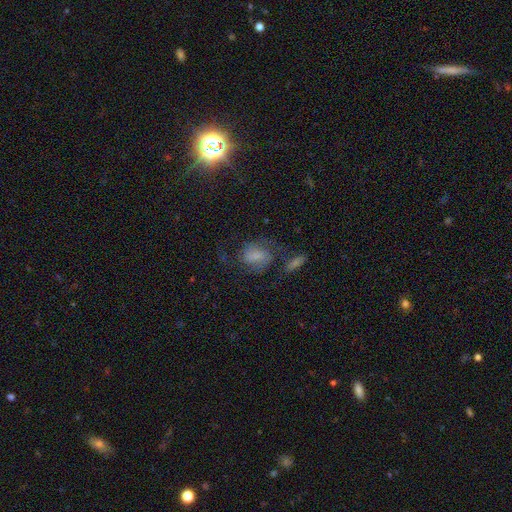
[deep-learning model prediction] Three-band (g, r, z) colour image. It shows a featured or disk galaxy (48%). Merging: none (49%).